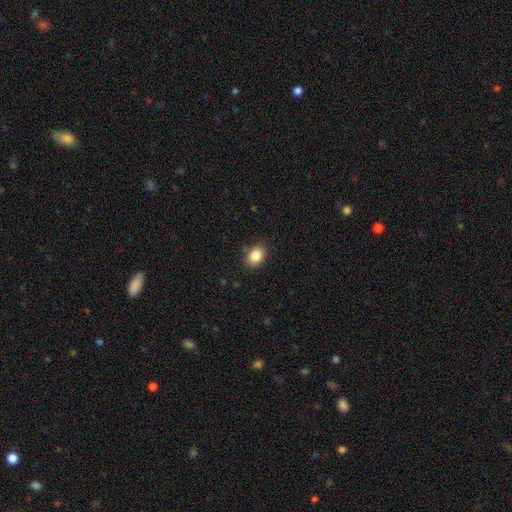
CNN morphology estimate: A smooth galaxy with no disk features (86%) that is in between round and cigar-shaped (65%).

Vote fractions:
- Smooth or featured? smooth: 86% / star or artifact: 9% / featured or disk: 5%
- How rounded? in between: 65% / round: 34% / cigar-shaped: 1%
- Merging? none: 85% / minor disturbance: 11% / major disturbance: 3% / merger: 1%